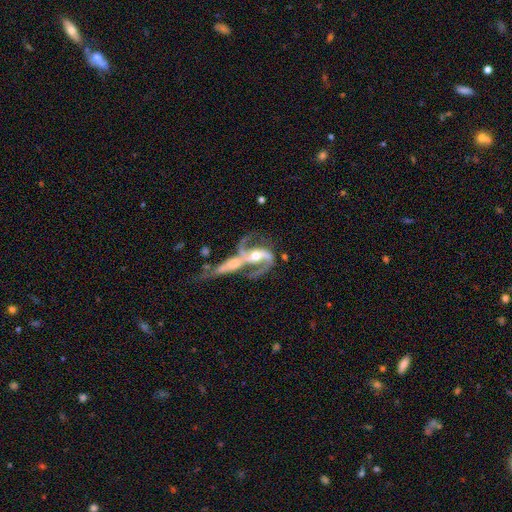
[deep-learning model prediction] Smooth or featured: featured or disk — 88% (smooth — 7%)
Edge-on disk: no — 93% (yes — 7%)
Bar: weak — 35% (strong — 33%)
Spiral arms: yes — 93% (no — 7%)
Spiral winding: loose — 47% (medium — 40%)
Spiral arm count: 2 — 84% (1 — 6%)
Bulge size: moderate — 61% (small — 30%)
Merging: merger — 62% (none — 18%)